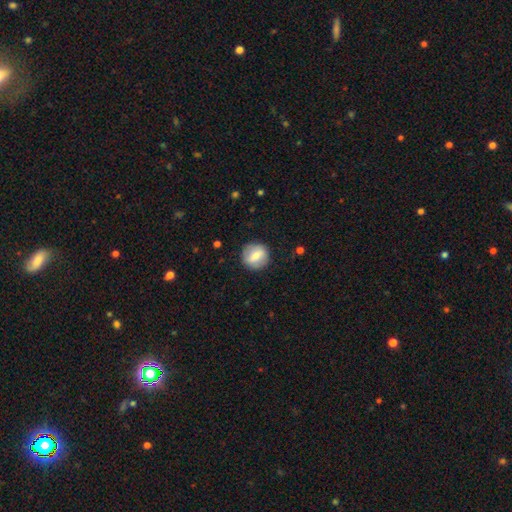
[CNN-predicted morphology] smooth_or_featured: smooth (p=0.63) [alt: featured or disk p=0.30]
how_rounded: round (p=0.90) [alt: in between p=0.09]
merging: none (p=0.87) [alt: minor disturbance p=0.09]